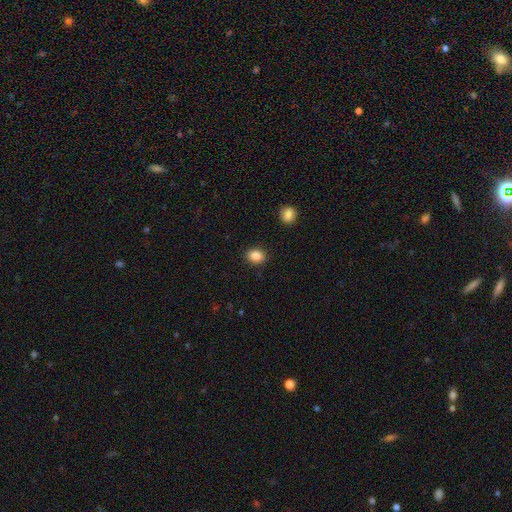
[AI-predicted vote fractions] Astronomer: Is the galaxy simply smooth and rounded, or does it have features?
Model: smooth — 87%.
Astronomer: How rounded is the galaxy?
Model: in between — 60% (runner-up: round, 39%).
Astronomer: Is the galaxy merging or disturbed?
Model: none — 88%.